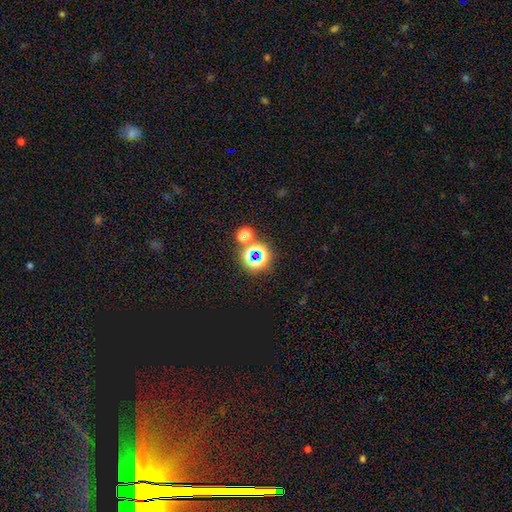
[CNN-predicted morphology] A star or artifact, not a galaxy (62%).

Vote fractions:
- Smooth or featured? star or artifact: 62% / smooth: 27% / featured or disk: 10%